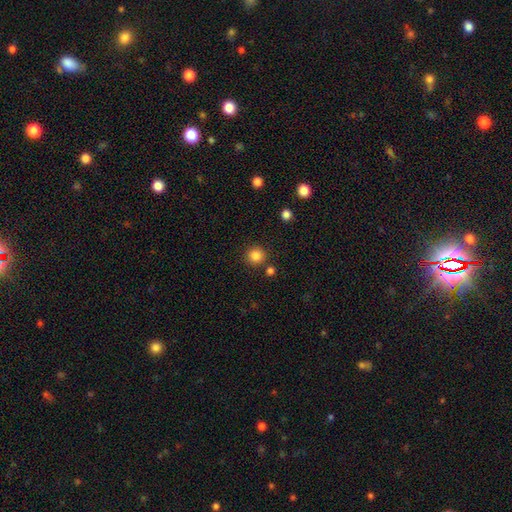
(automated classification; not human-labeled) A smooth galaxy with no disk features (85%) that is round (94%).

Vote fractions:
- Smooth or featured? smooth: 85% / star or artifact: 11% / featured or disk: 4%
- How rounded? round: 94% / in between: 5% / cigar-shaped: 1%
- Merging? none: 87% / minor disturbance: 6% / merger: 5% / major disturbance: 2%